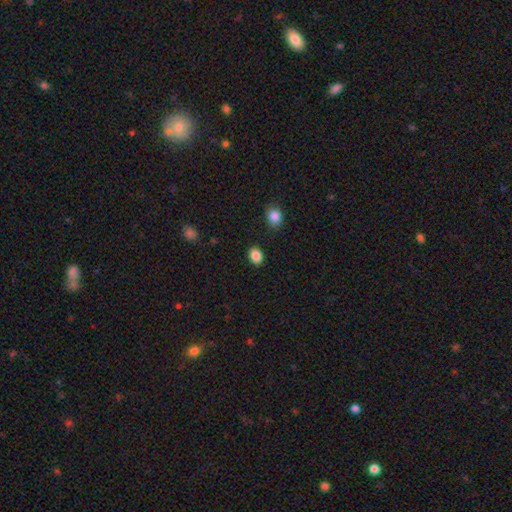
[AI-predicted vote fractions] smooth 86%, star or artifact 9%, featured or disk 4%. Down the decision tree: how rounded — in between (66%); merging — none (87%).